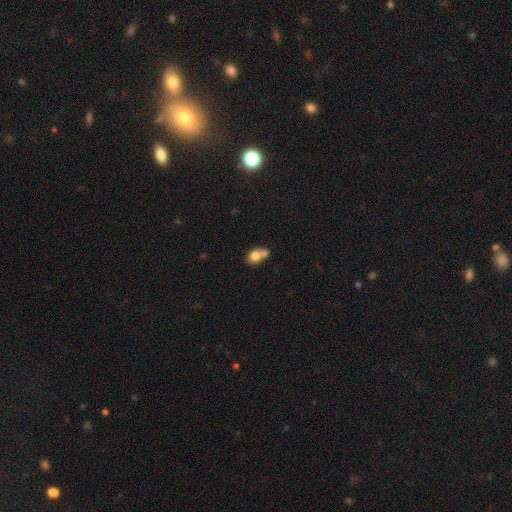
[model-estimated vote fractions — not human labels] Smooth or featured? Predicted: smooth (p=0.76). How rounded? Predicted: round (p=0.55). Merging? Predicted: merger (p=0.60).